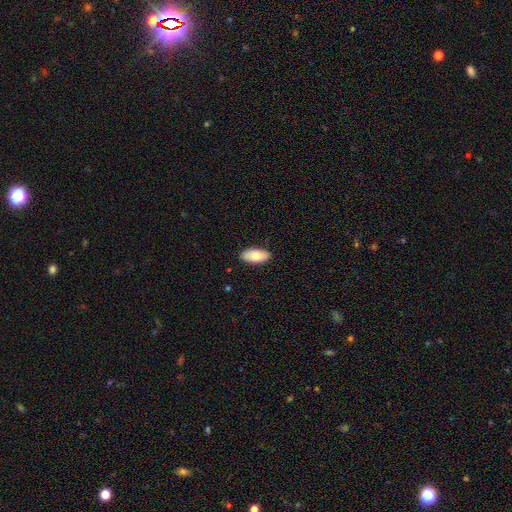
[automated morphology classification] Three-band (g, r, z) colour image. It shows a smooth galaxy with no disk features (82%) that is in between round and cigar-shaped (92%). Merging: none (88%).